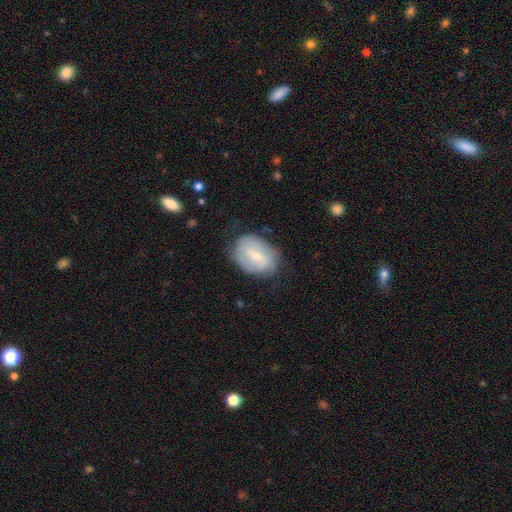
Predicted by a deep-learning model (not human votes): Smooth or featured?
  - smooth: 51% *
  - featured or disk: 43%
  - star or artifact: 6%
How rounded?
  - in between: 73% *
  - round: 25%
  - cigar-shaped: 1%
Merging?
  - none: 73% *
  - minor disturbance: 20%
  - major disturbance: 6%
  - merger: 1%